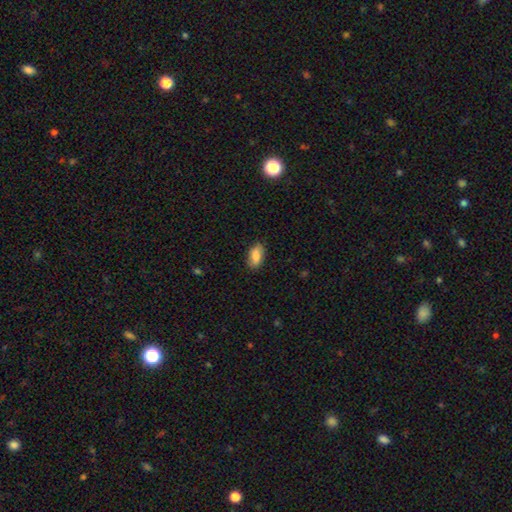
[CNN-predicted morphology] Smooth or featured? Predicted: smooth (p=0.84). How rounded? Predicted: in between (p=0.92). Merging? Predicted: none (p=0.83).